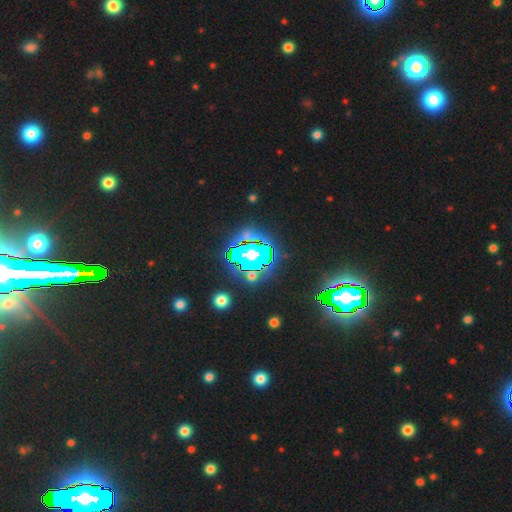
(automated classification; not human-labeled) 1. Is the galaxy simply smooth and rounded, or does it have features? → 59% star or artifact, 21% featured or disk, 20% smooth.